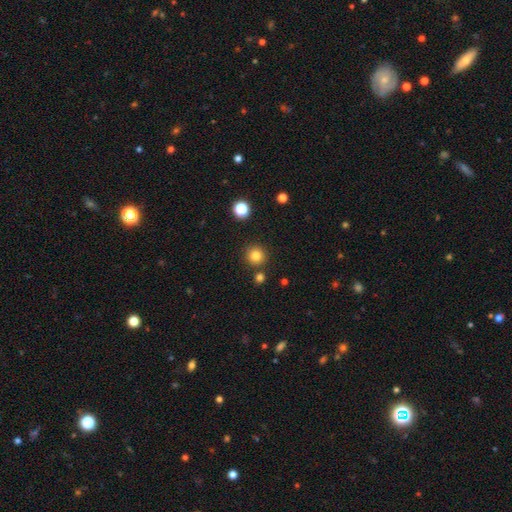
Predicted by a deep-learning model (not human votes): The model was most divided on "smooth or featured": smooth: 82%, star or artifact: 13%, featured or disk: 5%. More confident: how rounded — round (94%); merging — none (85%).